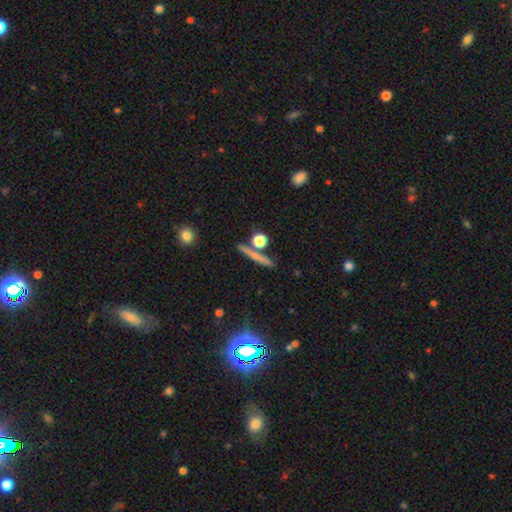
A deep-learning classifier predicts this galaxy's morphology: Q: Smooth or featured?
A: smooth (56%); runner-up: featured or disk (30%)
Q: How rounded?
A: cigar-shaped (80%); runner-up: round (12%)
Q: Merging?
A: none (78%); runner-up: merger (10%)